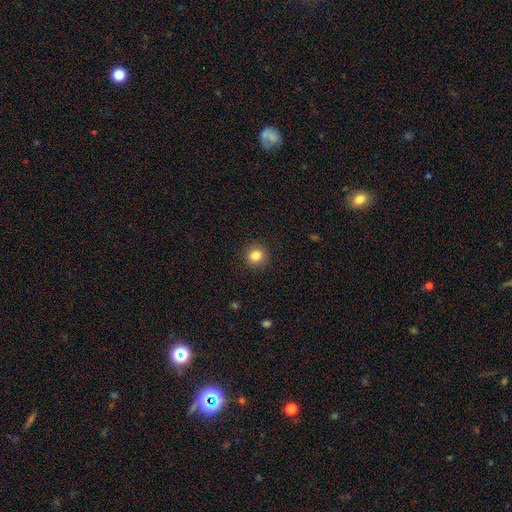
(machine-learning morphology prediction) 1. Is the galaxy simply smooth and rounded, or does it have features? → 83% smooth, 11% star or artifact, 6% featured or disk.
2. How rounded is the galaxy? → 91% round, 8% in between, 1% cigar-shaped.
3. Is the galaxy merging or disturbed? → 92% none, 5% minor disturbance, 2% major disturbance, 1% merger.